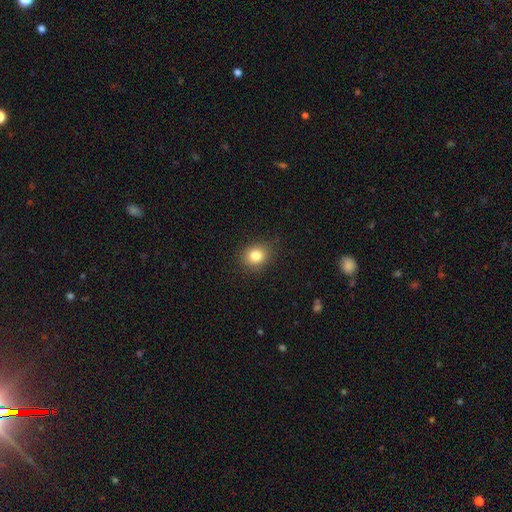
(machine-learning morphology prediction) Smooth or featured: smooth — 82% (star or artifact — 11%)
How rounded: round — 67% (in between — 32%)
Merging: none — 87% (minor disturbance — 9%)